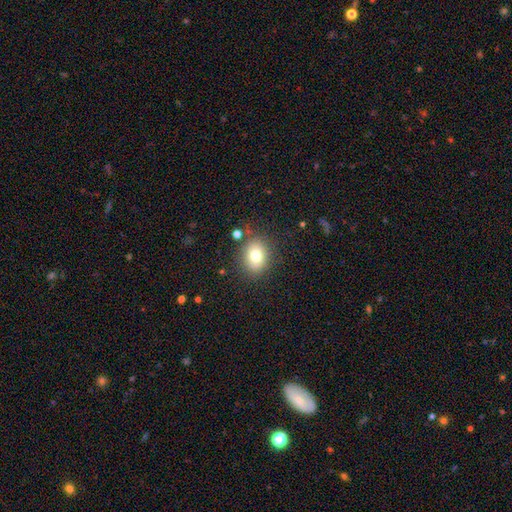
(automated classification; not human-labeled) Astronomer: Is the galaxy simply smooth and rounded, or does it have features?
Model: smooth — 76%.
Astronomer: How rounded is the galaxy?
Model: in between — 50% (runner-up: round, 49%).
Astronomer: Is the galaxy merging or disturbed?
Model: none — 82%.